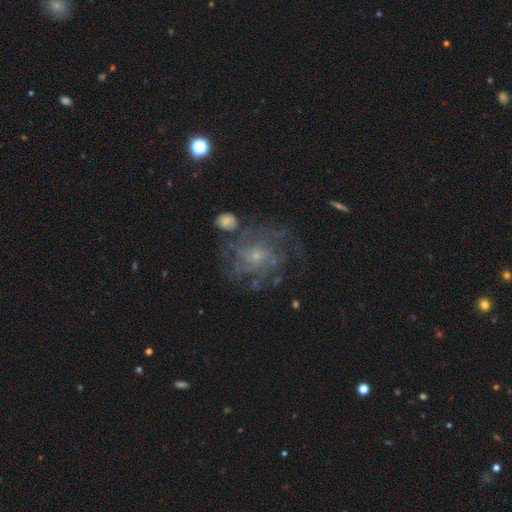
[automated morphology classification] This appears to be a featured or disk galaxy (76%) with no bar (79%), tight (49%) spiral arms (83%) and a small central bulge (76%). Merging: none (61%).